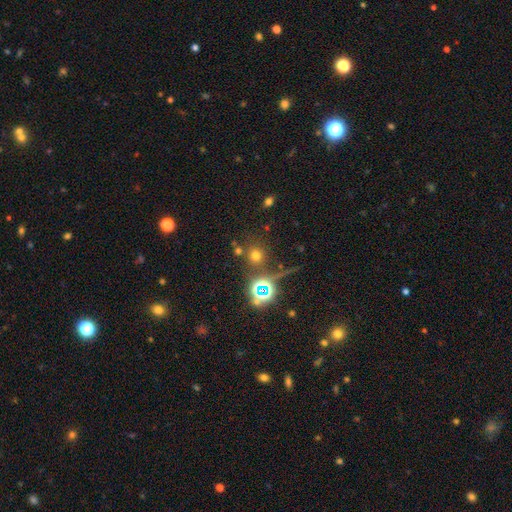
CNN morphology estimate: This appears to be a smooth galaxy with no disk features (58%) that is round (91%). Merging: none (78%).